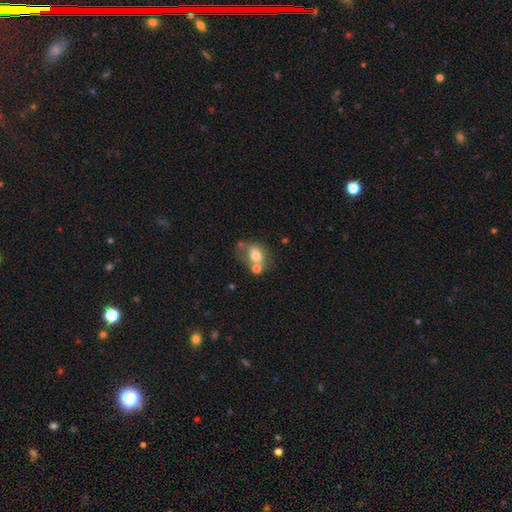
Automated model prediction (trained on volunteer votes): This appears to be a smooth galaxy with no disk features (68%) that is in between round and cigar-shaped (67%). Merging: none (41%).